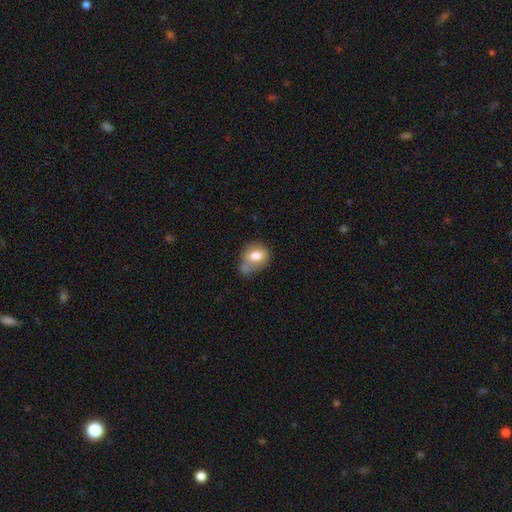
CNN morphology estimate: smooth-or-featured: smooth: 73% | featured or disk: 18% | star or artifact: 9%
  how-rounded: in between: 53% | round: 46% | cigar-shaped: 1%
  merging: none: 38% | minor disturbance: 27% | merger: 24% | major disturbance: 11%